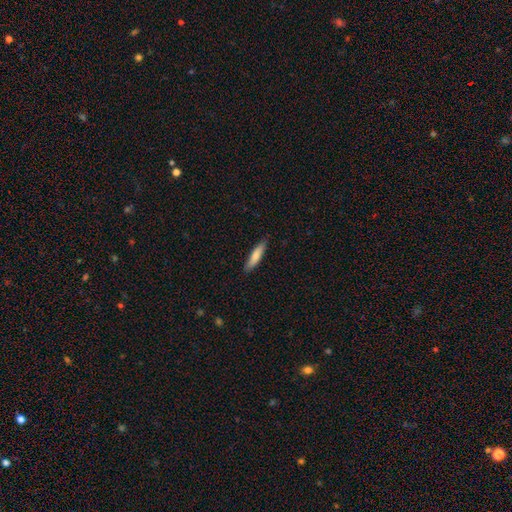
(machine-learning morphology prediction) This appears to be a smooth galaxy with no disk features (75%) that is cigar-shaped (83%). Merging: none (87%).